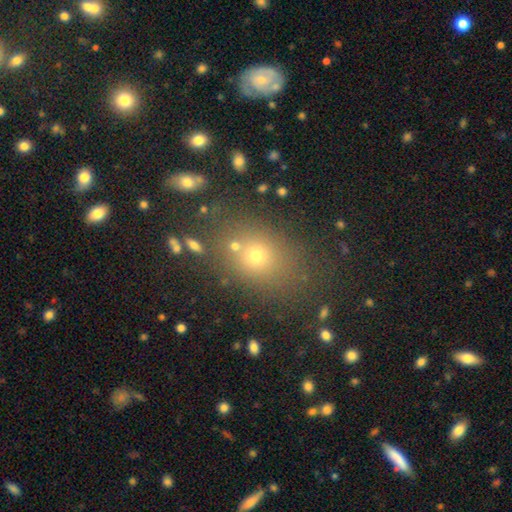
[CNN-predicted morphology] Q: Smooth or featured?
A: smooth (66%); runner-up: star or artifact (21%)
Q: How rounded?
A: in between (51%); runner-up: round (47%)
Q: Merging?
A: none (73%); runner-up: minor disturbance (12%)